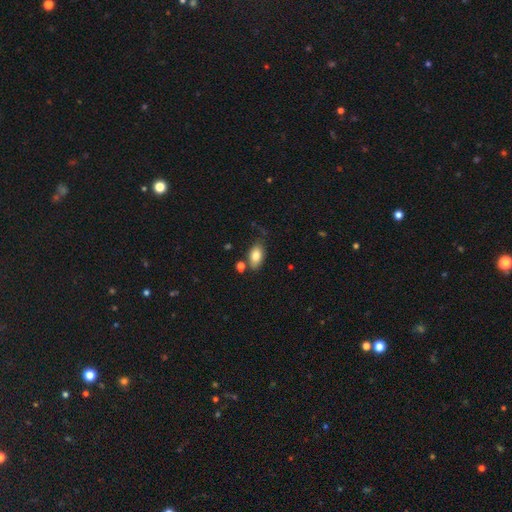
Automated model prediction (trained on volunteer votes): Smooth or featured? Predicted: smooth (p=0.80). How rounded? Predicted: in between (p=0.91). Merging? Predicted: none (p=0.70).